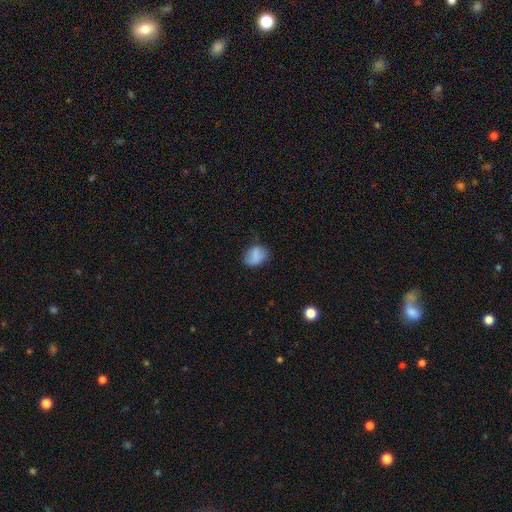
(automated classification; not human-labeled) smooth 80%, featured or disk 11%, star or artifact 9%. Down the decision tree: how rounded — in between (67%); merging — none (69%).